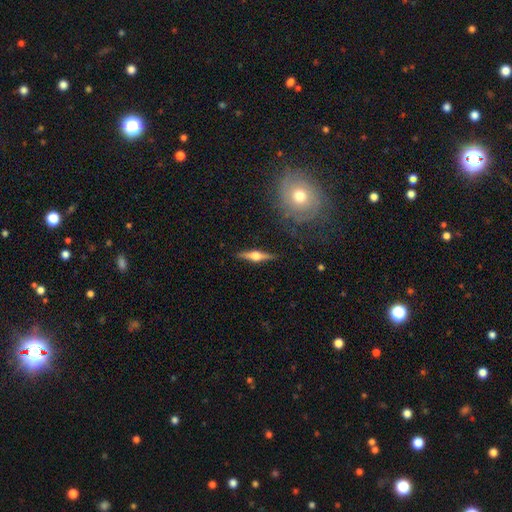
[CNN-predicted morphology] Smooth or featured? Predicted: featured or disk (p=0.71). Edge-on disk? Predicted: yes (p=0.96). Edge-on bulge? Predicted: rounded (p=0.95). Merging? Predicted: none (p=0.88).